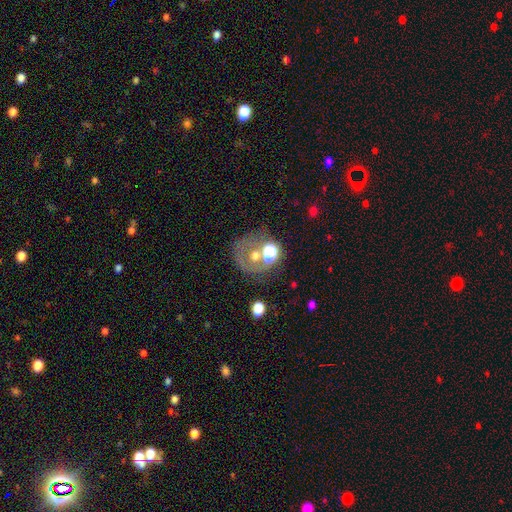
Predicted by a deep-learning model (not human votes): smooth-or-featured: smooth: 44% | featured or disk: 33% | star or artifact: 23%
  merging: none: 49% | merger: 20% | major disturbance: 16% | minor disturbance: 14%